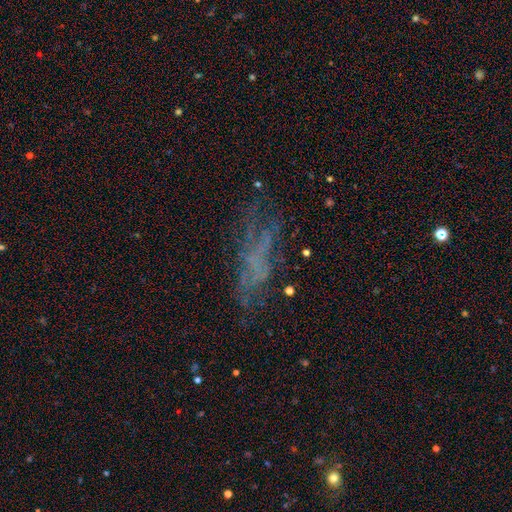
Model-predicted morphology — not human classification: Smooth or featured? Predicted: featured or disk (p=0.45). Merging? Predicted: none (p=0.57).